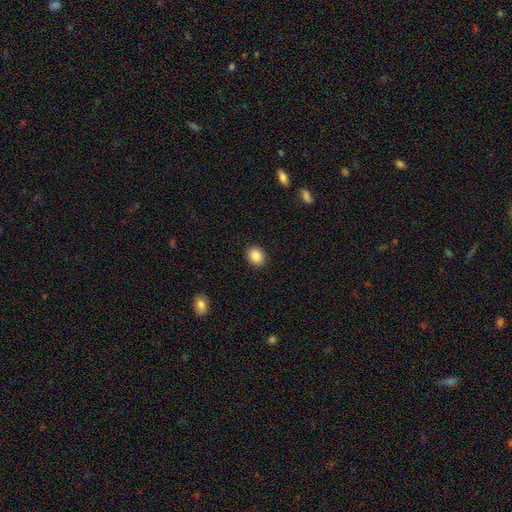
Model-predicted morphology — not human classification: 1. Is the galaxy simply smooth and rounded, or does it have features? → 88% smooth, 9% star or artifact, 4% featured or disk.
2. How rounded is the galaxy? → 50% in between, 49% round, 1% cigar-shaped.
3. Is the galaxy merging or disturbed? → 90% none, 7% minor disturbance, 2% major disturbance, 1% merger.